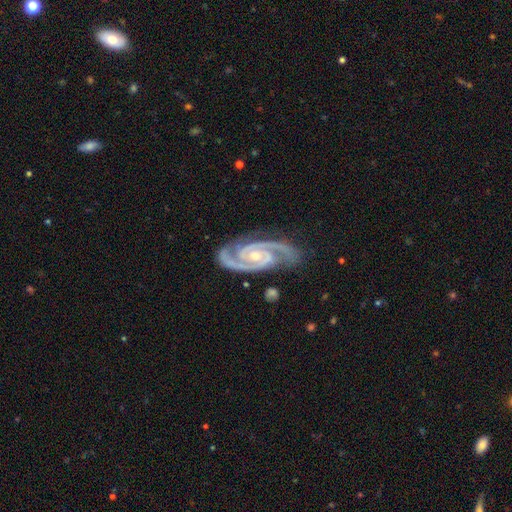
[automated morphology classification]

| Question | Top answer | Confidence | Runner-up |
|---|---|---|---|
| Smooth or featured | featured or disk | 94% | star or artifact (4%) |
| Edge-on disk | no | 97% | yes (3%) |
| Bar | no | 53% | weak (30%) |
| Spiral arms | yes | 99% | no (1%) |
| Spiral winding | tight | 59% | medium (37%) |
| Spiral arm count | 2 | 91% | 3 (4%) |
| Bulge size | small | 54% | moderate (43%) |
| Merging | none | 82% | minor disturbance (14%) |